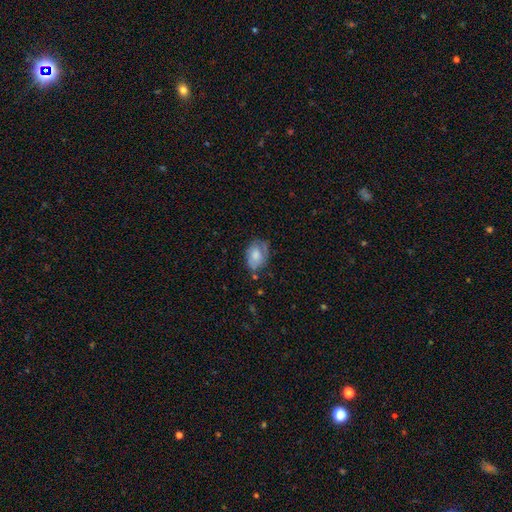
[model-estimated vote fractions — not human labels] This appears to be a smooth galaxy with no disk features (64%) that is in between round and cigar-shaped (79%). Merging: none (53%).